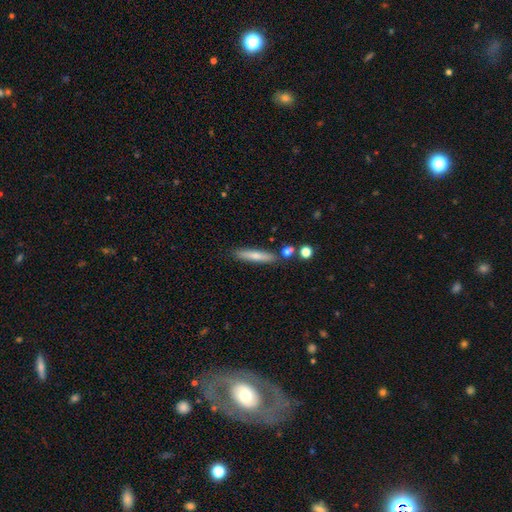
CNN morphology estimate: This appears to be a smooth galaxy with no disk features (67%) that is cigar-shaped (90%). Merging: none (82%).